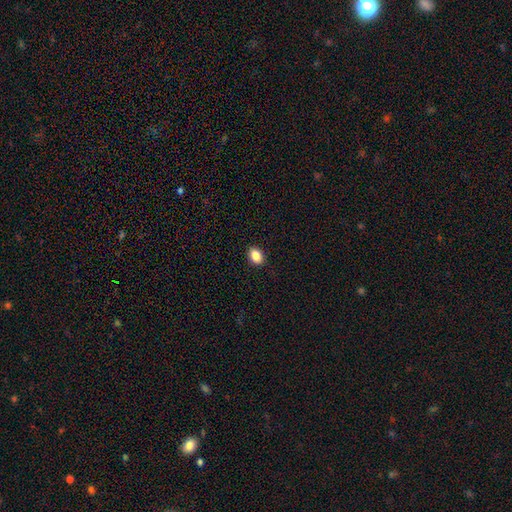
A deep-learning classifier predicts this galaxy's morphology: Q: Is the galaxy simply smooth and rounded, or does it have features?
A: smooth — 87%.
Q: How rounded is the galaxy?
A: in between — 79%.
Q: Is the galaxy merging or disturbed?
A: none — 89%.